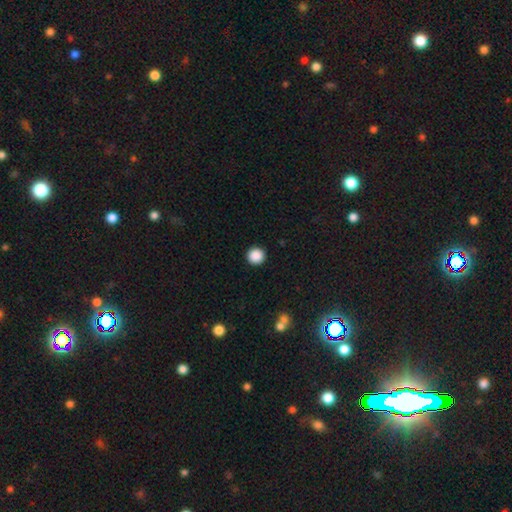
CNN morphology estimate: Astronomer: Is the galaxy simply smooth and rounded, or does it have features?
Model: smooth — 89%.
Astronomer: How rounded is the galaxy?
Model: round — 95%.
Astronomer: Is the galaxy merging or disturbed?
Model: none — 94%.